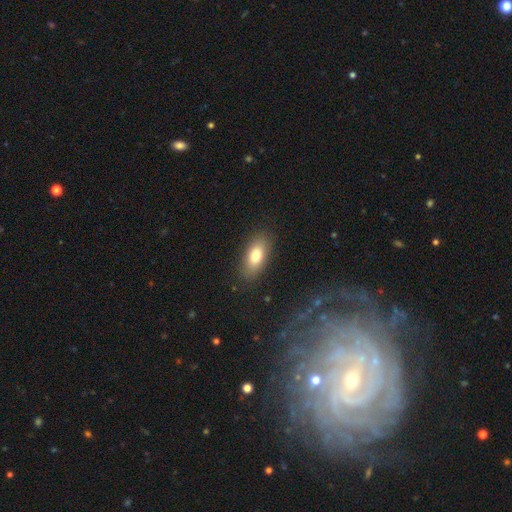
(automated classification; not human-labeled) smooth_or_featured: smooth (p=0.79) [alt: featured or disk p=0.14]
how_rounded: in between (p=0.87) [alt: cigar-shaped p=0.09]
merging: none (p=0.85) [alt: minor disturbance p=0.10]